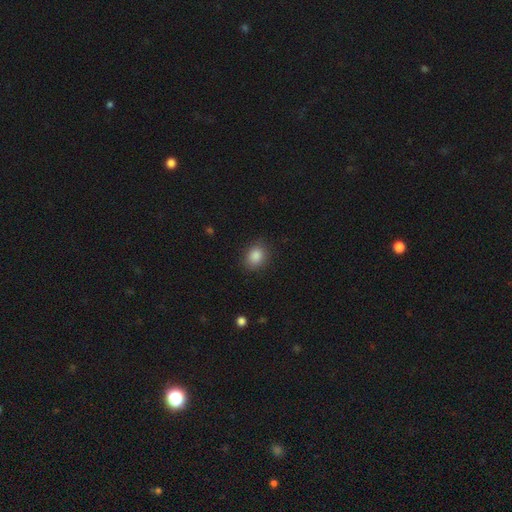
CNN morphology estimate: Smooth or featured: smooth — 87% (star or artifact — 9%)
How rounded: in between — 54% (round — 45%)
Merging: none — 83% (minor disturbance — 12%)